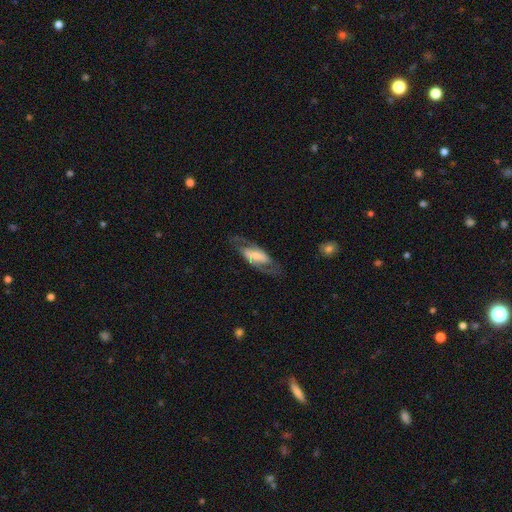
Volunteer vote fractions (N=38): featured or disk 53%, smooth 37%, star or artifact 11%. Down the decision tree: edge-on disk — no (95%); bar — no (47%); spiral arms — no (53%); bulge size — moderate (37%); merging — none (82%).